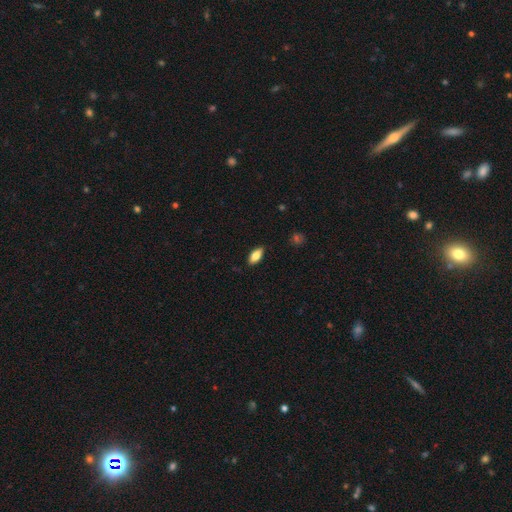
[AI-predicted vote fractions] A smooth galaxy with no disk features (76%) that is in between round and cigar-shaped (83%).

Vote fractions:
- Smooth or featured? smooth: 76% / featured or disk: 17% / star or artifact: 7%
- How rounded? in between: 83% / cigar-shaped: 14% / round: 2%
- Merging? none: 87% / minor disturbance: 10% / major disturbance: 2% / merger: 1%